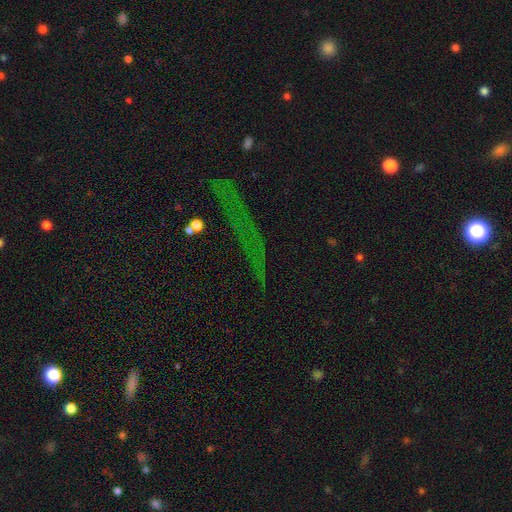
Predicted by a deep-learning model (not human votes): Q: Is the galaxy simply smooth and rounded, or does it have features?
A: star or artifact — 70%.